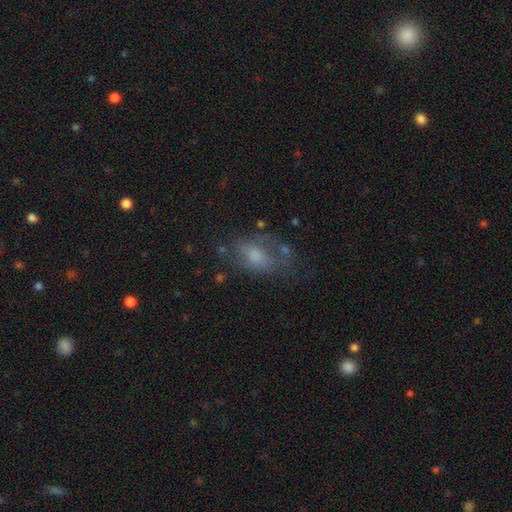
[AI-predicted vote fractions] A smooth galaxy with no disk features (52%) that is in between round and cigar-shaped (86%). Merging: none (47%).